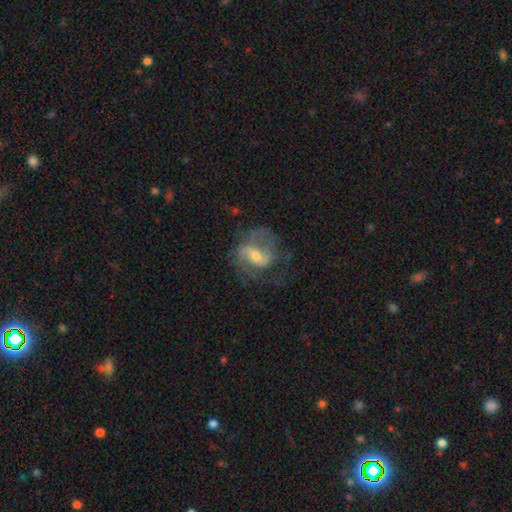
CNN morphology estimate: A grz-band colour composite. It shows a featured or disk galaxy (79%) with a weak bar (49%), 2 (64%) medium (49%) spiral arms (89%) and a small central bulge (48%). Merging: none (56%).